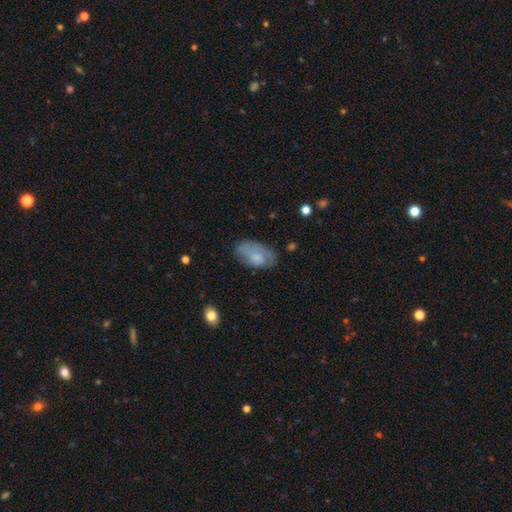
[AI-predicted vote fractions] Smooth or featured? smooth (58%)
How rounded? in between (92%)
Merging? none (63%)